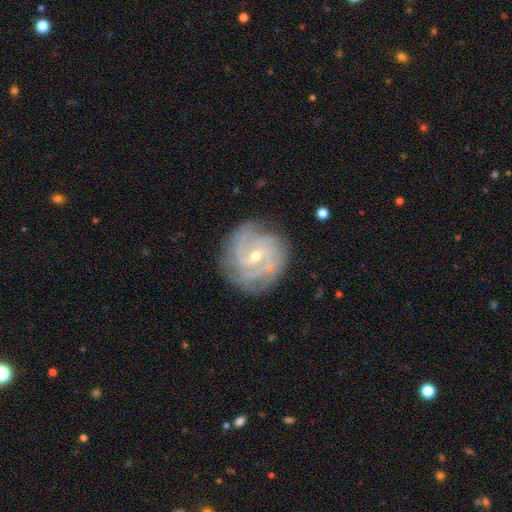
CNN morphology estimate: A featured or disk galaxy (87%) with a weak bar (51%), 3 (27%) tight (69%) spiral arms (97%) and a small central bulge (55%). Merging: none (80%).